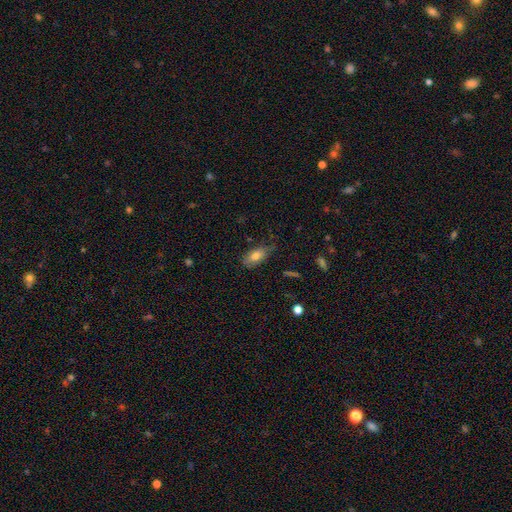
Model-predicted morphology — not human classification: Smooth or featured?
  - smooth: 79% *
  - featured or disk: 14%
  - star or artifact: 7%
How rounded?
  - in between: 87% *
  - cigar-shaped: 9%
  - round: 4%
Merging?
  - none: 66% *
  - minor disturbance: 26%
  - major disturbance: 6%
  - merger: 2%